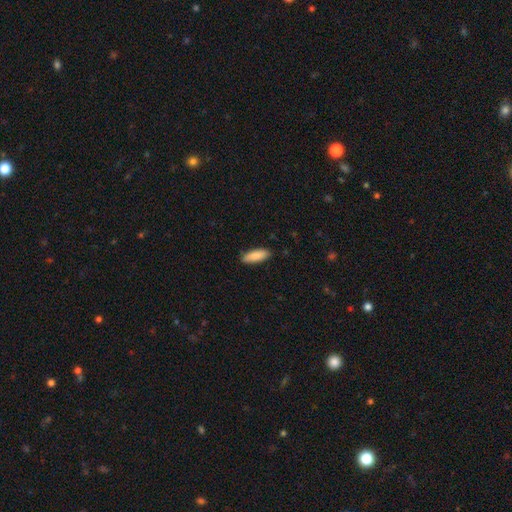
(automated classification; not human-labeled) smooth-or-featured: smooth: 89% | star or artifact: 6% | featured or disk: 5%
  how-rounded: in between: 63% | cigar-shaped: 36% | round: 2%
  merging: none: 88% | minor disturbance: 10% | major disturbance: 2% | merger: 1%